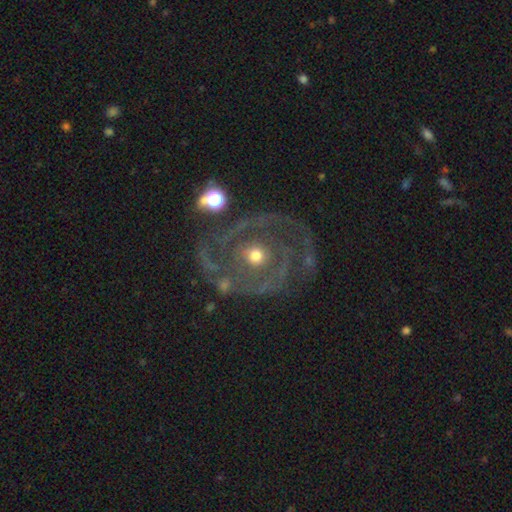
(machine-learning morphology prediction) featured or disk 82%, smooth 11%, star or artifact 7%. Down the decision tree: edge-on disk — no (97%); bar — no (81%); spiral arms — yes (81%); spiral arm count — 2 (32%); spiral winding — tight (54%); bulge size — moderate (50%); merging — none (57%).